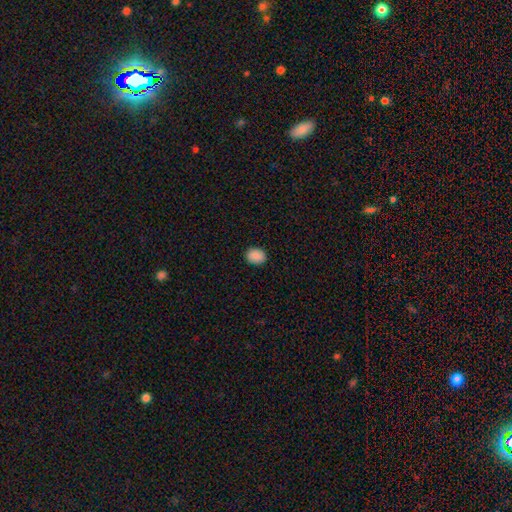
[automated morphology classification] Smooth or featured: smooth — 89% (star or artifact — 8%)
How rounded: in between — 53% (round — 46%)
Merging: none — 89% (minor disturbance — 8%)